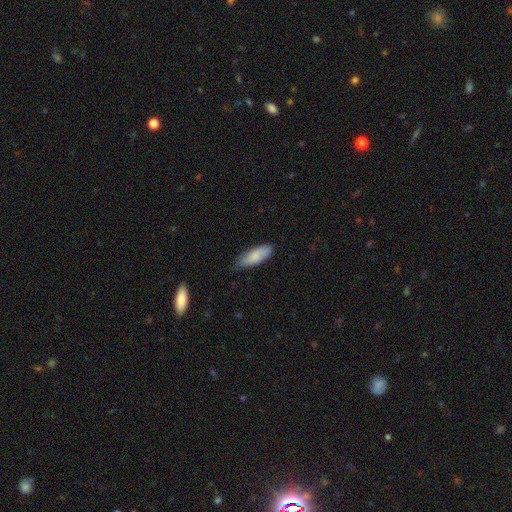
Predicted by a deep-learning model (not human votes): Smooth or featured? smooth (83%)
How rounded? in between (71%)
Merging? none (69%)